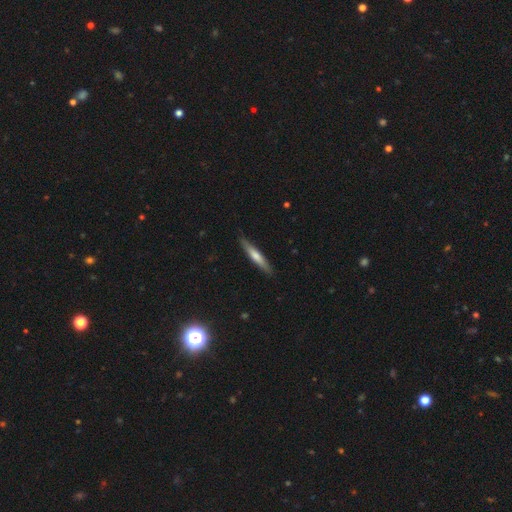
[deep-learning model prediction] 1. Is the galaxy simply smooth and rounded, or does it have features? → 51% smooth, 43% featured or disk, 6% star or artifact.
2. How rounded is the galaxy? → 92% cigar-shaped, 7% in between, 1% round.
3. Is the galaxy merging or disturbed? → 88% none, 10% minor disturbance, 2% major disturbance, 1% merger.